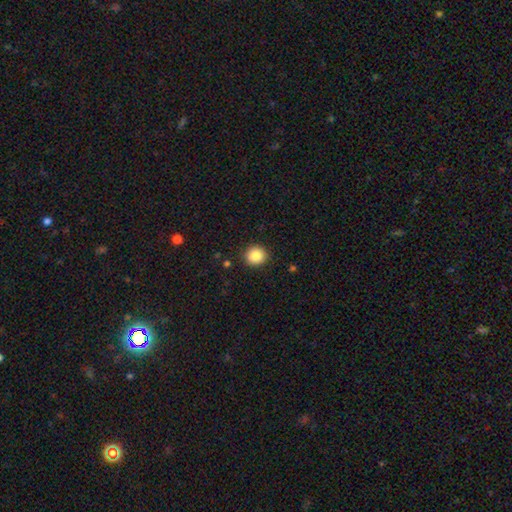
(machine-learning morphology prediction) The model was most divided on "smooth or featured": smooth: 86%, star or artifact: 9%, featured or disk: 5%. More confident: merging — none (90%); how rounded — round (90%).